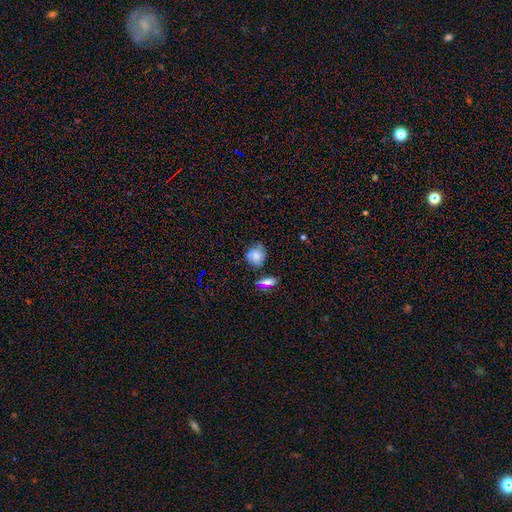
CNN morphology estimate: Smooth or featured?
  - smooth: 76% *
  - star or artifact: 13%
  - featured or disk: 11%
How rounded?
  - round: 76% *
  - in between: 22%
  - cigar-shaped: 2%
Merging?
  - none: 67% *
  - minor disturbance: 22%
  - merger: 6%
  - major disturbance: 5%